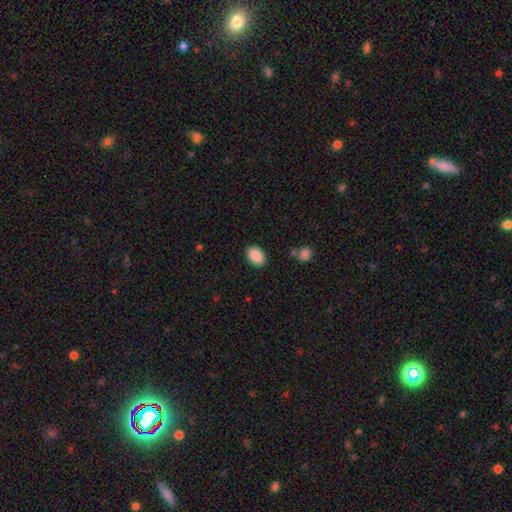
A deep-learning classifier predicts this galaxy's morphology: smooth_or_featured: smooth (p=0.90) [alt: star or artifact p=0.07]
how_rounded: in between (p=0.83) [alt: round p=0.16]
merging: none (p=0.86) [alt: minor disturbance p=0.09]